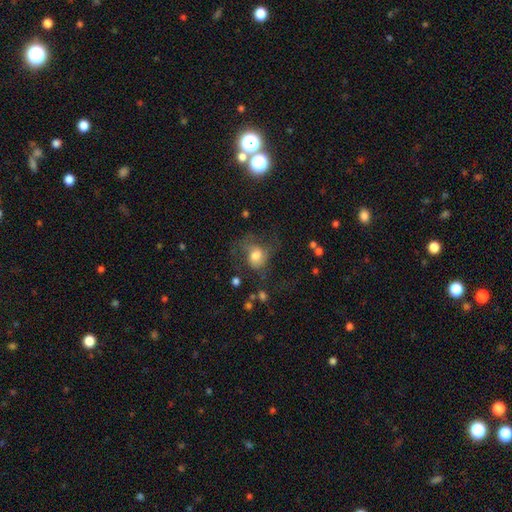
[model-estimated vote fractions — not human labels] Morphology: type=smooth (55%); roundness=round (57%); merging=major disturbance (39%).